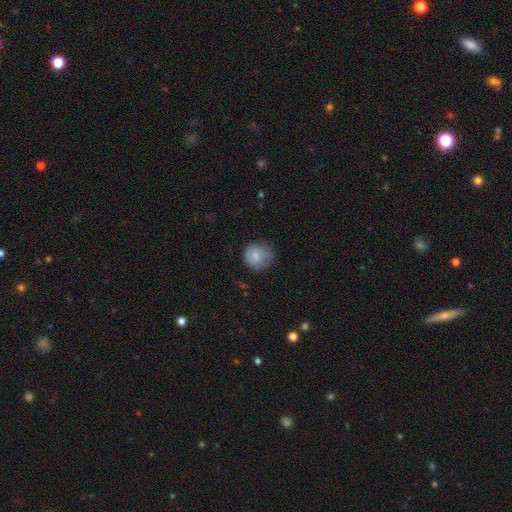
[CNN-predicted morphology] smooth_or_featured: smooth (p=0.79) [alt: featured or disk p=0.13]
how_rounded: round (p=0.83) [alt: in between p=0.16]
merging: none (p=0.65) [alt: minor disturbance p=0.25]